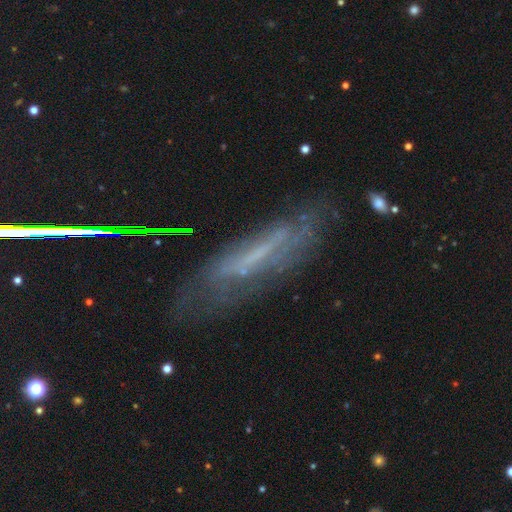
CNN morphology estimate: Smooth or featured? Predicted: featured or disk (p=0.59). Edge-on disk? Predicted: no (p=0.55). Merging? Predicted: none (p=0.62).